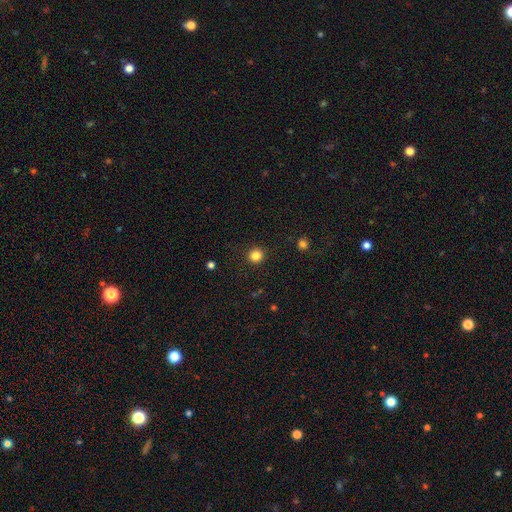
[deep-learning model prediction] This appears to be a smooth galaxy with no disk features (83%) that is round (94%). Merging: none (92%).